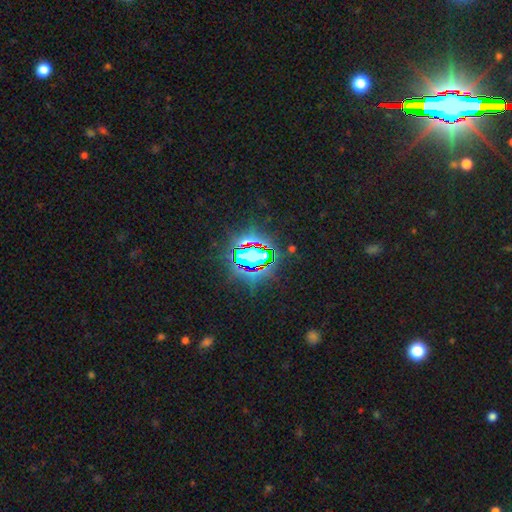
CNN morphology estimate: Smooth or featured? star or artifact (77%)